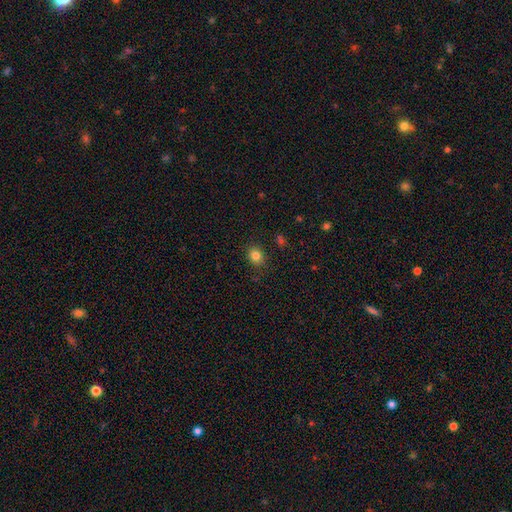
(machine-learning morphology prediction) This appears to be a smooth galaxy with no disk features (82%) that is round (65%). Merging: none (86%).